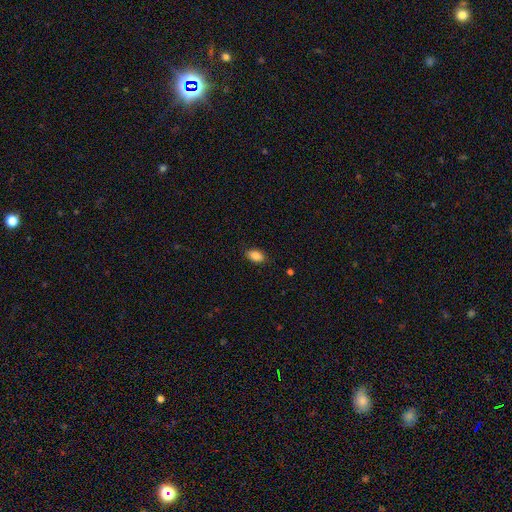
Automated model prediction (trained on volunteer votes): Morphology: type=smooth (87%); roundness=in between (90%); merging=none (86%).